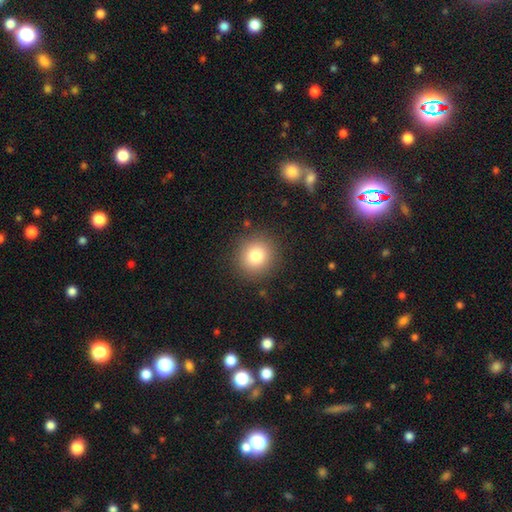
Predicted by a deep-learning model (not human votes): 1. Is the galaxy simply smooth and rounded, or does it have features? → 80% smooth, 12% star or artifact, 8% featured or disk.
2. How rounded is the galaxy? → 91% round, 8% in between, 1% cigar-shaped.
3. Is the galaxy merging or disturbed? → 89% none, 7% minor disturbance, 3% major disturbance, 1% merger.